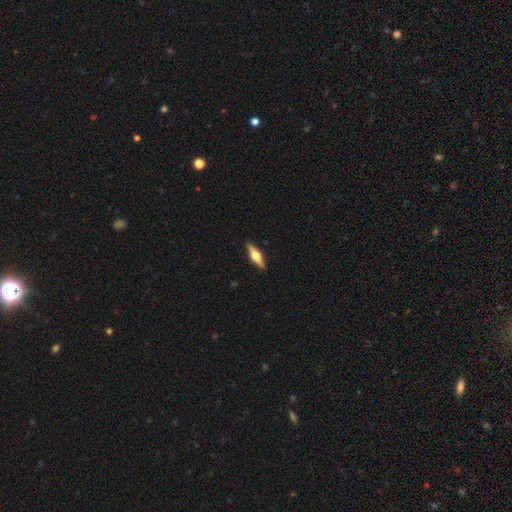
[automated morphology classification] Smooth or featured? featured or disk (68%)
Edge-on disk? yes (97%)
Edge-on bulge? rounded (95%)
Merging? none (91%)